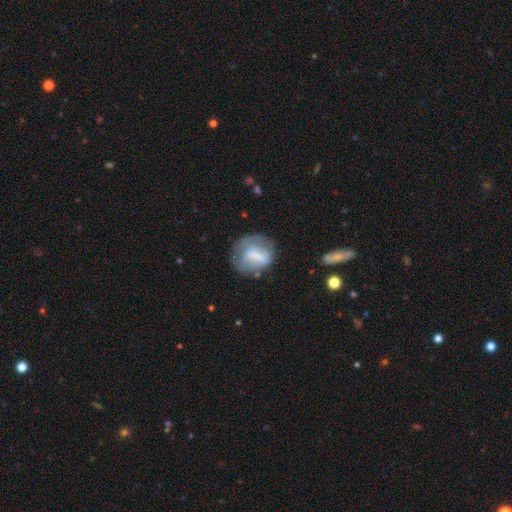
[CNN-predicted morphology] This appears to be a smooth galaxy with no disk features (51%) that is round (62%). Merging: none (49%).